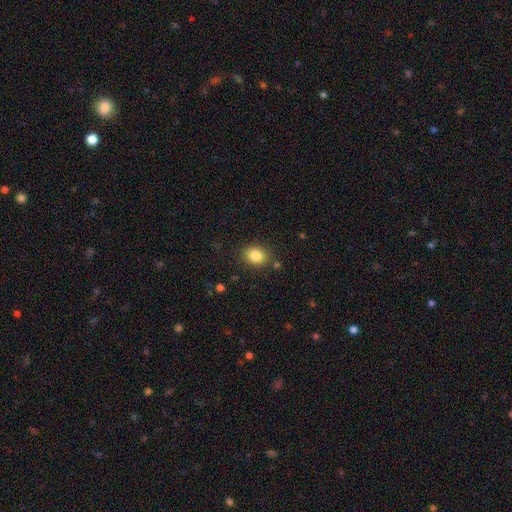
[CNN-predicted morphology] This is clearly a smooth galaxy (84%). How rounded: possibly round (59%). Merging: clearly none (84%).